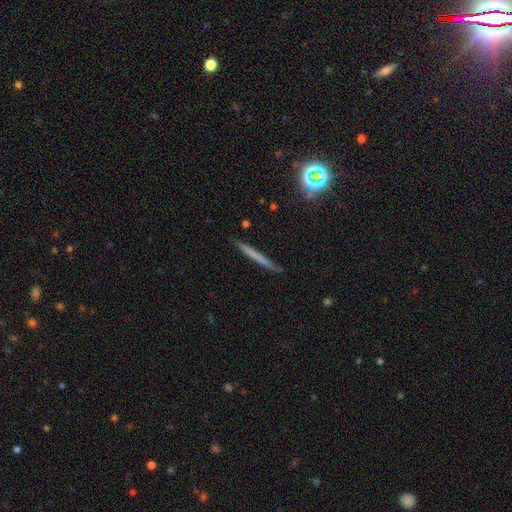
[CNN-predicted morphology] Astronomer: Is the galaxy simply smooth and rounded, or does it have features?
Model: smooth — 53% (runner-up: featured or disk, 38%).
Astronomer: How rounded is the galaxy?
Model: cigar-shaped — 96%.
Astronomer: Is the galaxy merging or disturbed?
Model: none — 89%.